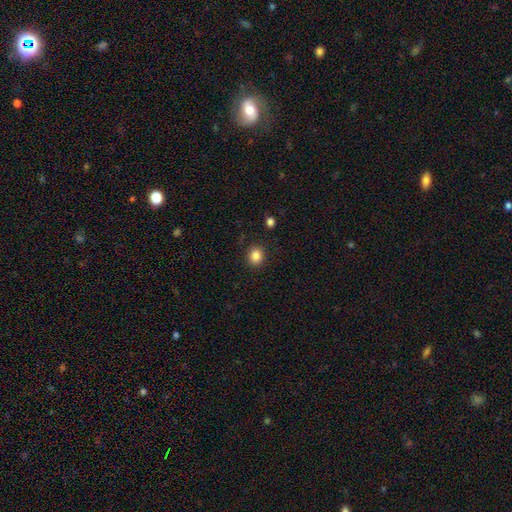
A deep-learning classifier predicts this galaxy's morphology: Q: Smooth or featured?
A: smooth (86%); runner-up: star or artifact (10%)
Q: How rounded?
A: round (69%); runner-up: in between (30%)
Q: Merging?
A: none (89%); runner-up: minor disturbance (8%)